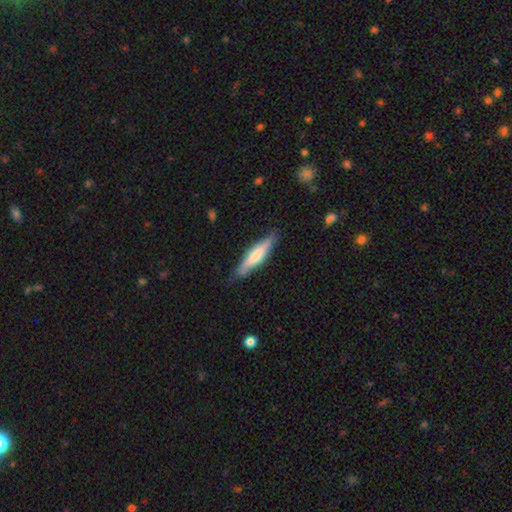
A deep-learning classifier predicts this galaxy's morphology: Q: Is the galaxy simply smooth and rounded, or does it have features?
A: smooth — 57%.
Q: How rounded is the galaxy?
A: cigar-shaped — 80%.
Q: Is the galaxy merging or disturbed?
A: none — 80%.